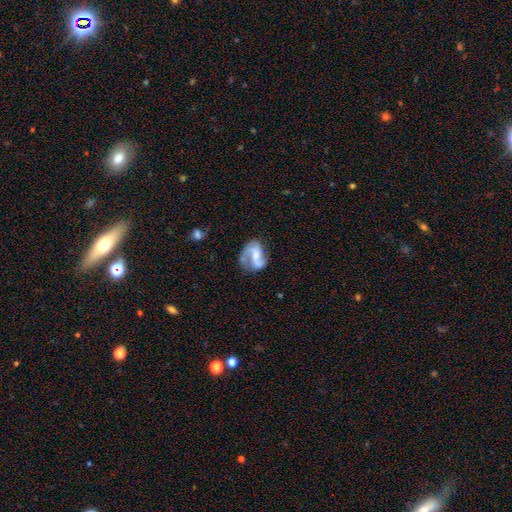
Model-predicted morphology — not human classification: Smooth or featured? featured or disk (79%)
Edge-on disk? no (98%)
Bar? weak (42%)
Spiral arms? yes (92%)
Spiral winding? medium (44%)
Spiral arm count? 2 (77%)
Bulge size? moderate (33%)
Merging? none (53%)